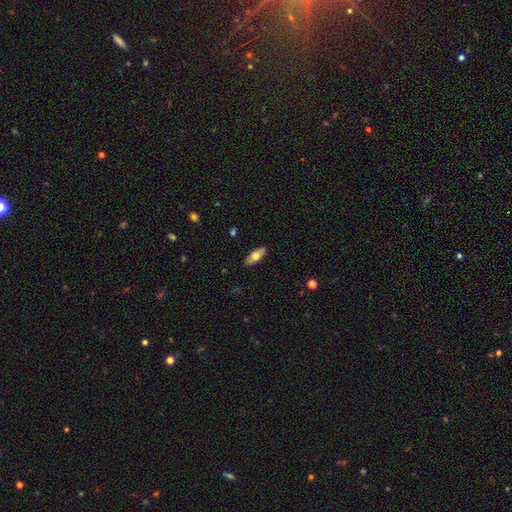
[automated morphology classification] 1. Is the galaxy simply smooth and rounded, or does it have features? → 65% smooth, 29% featured or disk, 6% star or artifact.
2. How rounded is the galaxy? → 75% in between, 23% cigar-shaped, 3% round.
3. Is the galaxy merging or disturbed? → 89% none, 9% minor disturbance, 2% major disturbance, 1% merger.